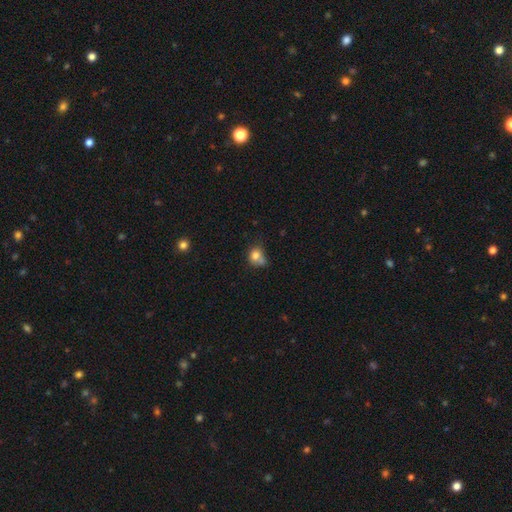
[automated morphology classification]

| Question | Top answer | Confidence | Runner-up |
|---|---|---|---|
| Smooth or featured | smooth | 78% | star or artifact (11%) |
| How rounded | round | 65% | in between (34%) |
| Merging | none | 39% | merger (25%) |